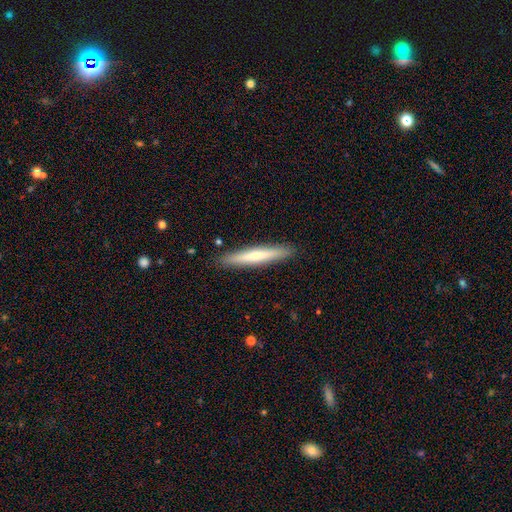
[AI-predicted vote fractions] A smooth galaxy with no disk features (55%) that is cigar-shaped (94%).

Vote fractions:
- Smooth or featured? smooth: 55% / featured or disk: 39% / star or artifact: 5%
- How rounded? cigar-shaped: 94% / in between: 5% / round: 1%
- Merging? none: 91% / minor disturbance: 7% / major disturbance: 1% / merger: 1%